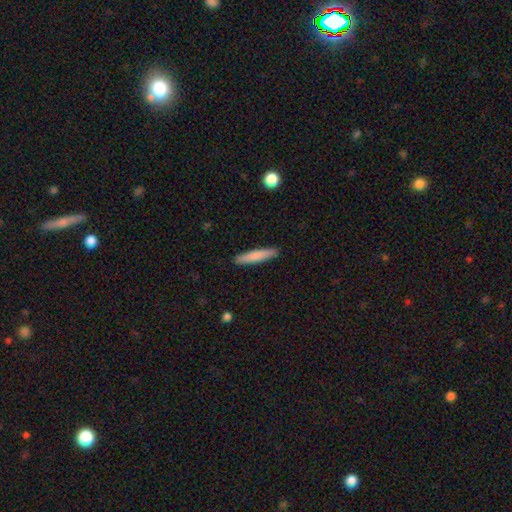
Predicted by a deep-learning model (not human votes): The model was most divided on "smooth or featured": smooth: 80%, featured or disk: 15%, star or artifact: 5%. More confident: how rounded — cigar-shaped (91%); merging — none (91%).